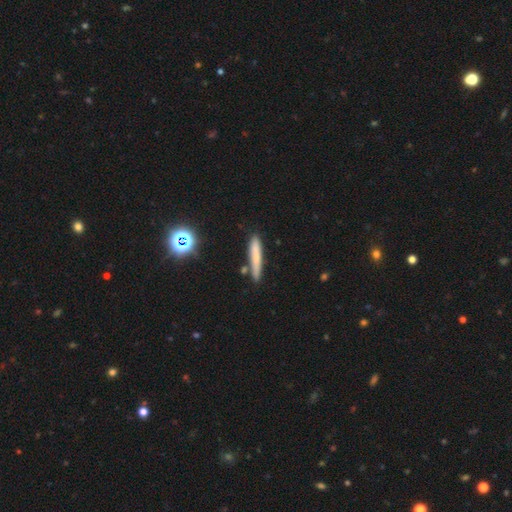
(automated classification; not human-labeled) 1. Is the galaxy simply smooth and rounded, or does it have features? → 69% smooth, 20% featured or disk, 11% star or artifact.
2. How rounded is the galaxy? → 92% cigar-shaped, 6% in between, 2% round.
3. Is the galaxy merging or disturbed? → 78% none, 13% minor disturbance, 6% merger, 3% major disturbance.